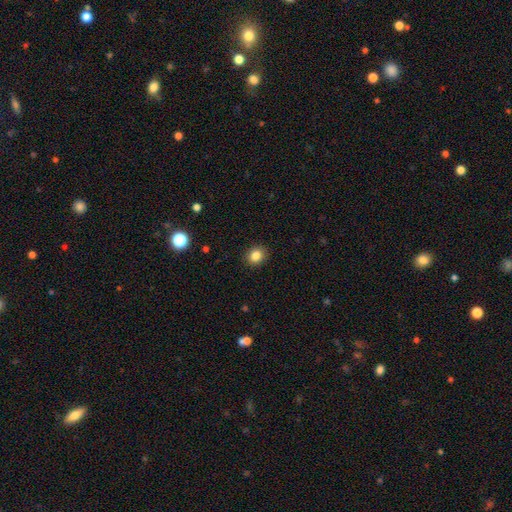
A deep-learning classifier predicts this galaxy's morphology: A smooth galaxy with no disk features (84%) that is round (68%).

Vote fractions:
- Smooth or featured? smooth: 84% / star or artifact: 11% / featured or disk: 5%
- How rounded? round: 68% / in between: 31% / cigar-shaped: 1%
- Merging? none: 90% / minor disturbance: 7% / major disturbance: 2% / merger: 1%